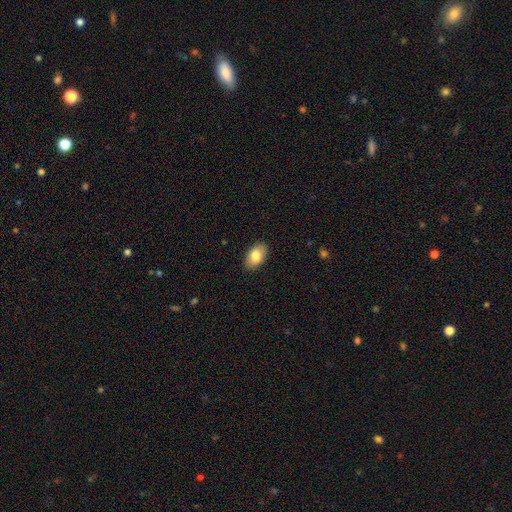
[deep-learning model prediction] A smooth galaxy with no disk features (82%) that is in between round and cigar-shaped (92%).

Vote fractions:
- Smooth or featured? smooth: 82% / featured or disk: 11% / star or artifact: 7%
- How rounded? in between: 92% / round: 6% / cigar-shaped: 1%
- Merging? none: 88% / minor disturbance: 9% / major disturbance: 2% / merger: 1%